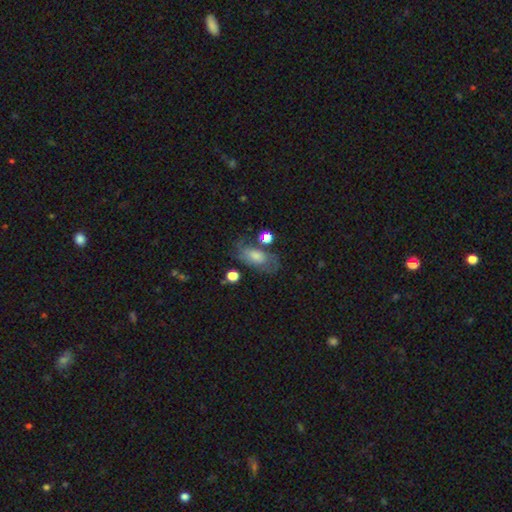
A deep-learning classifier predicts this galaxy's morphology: Smooth or featured: featured or disk — 46% (smooth — 42%)
Merging: none — 58% (minor disturbance — 21%)